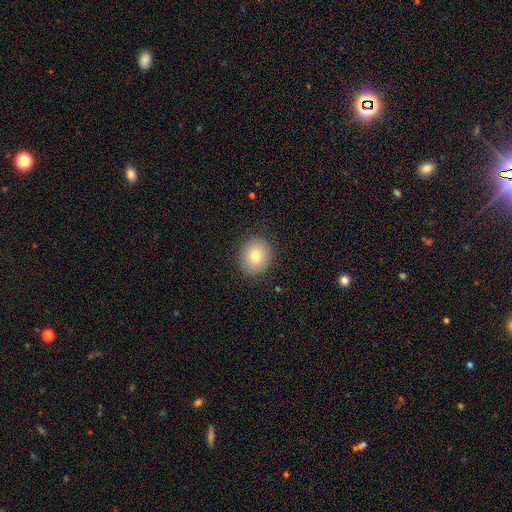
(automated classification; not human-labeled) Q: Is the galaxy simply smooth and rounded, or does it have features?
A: smooth — 76%.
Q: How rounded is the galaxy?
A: round — 77%.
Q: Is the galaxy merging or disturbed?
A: none — 88%.